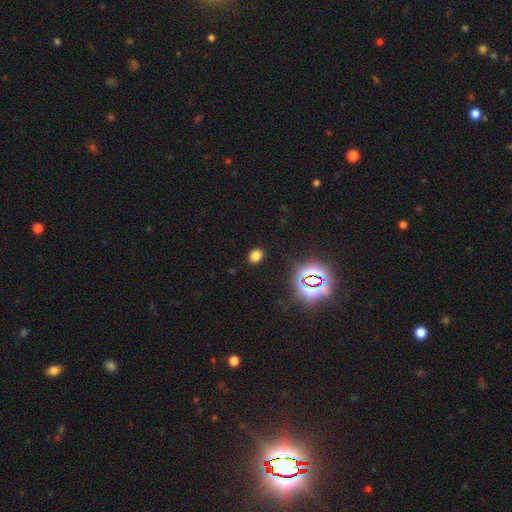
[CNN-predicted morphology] Smooth or featured? Predicted: smooth (p=0.71). How rounded? Predicted: in between (p=0.58). Merging? Predicted: none (p=0.87).